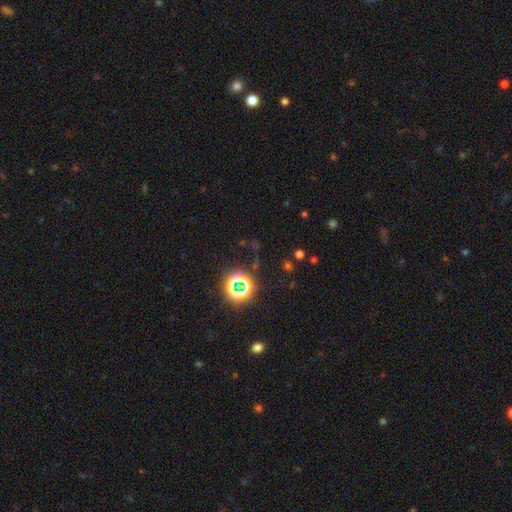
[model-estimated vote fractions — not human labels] Smooth or featured?
  - star or artifact: 79% *
  - smooth: 13%
  - featured or disk: 9%